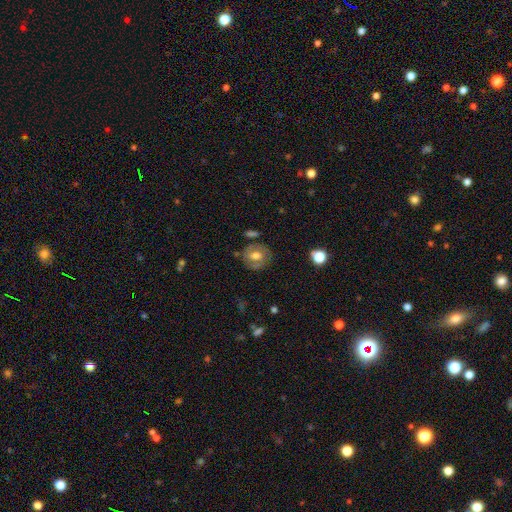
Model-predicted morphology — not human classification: This appears to be a smooth galaxy with no disk features (50%) that is round (72%). Merging: none (74%).